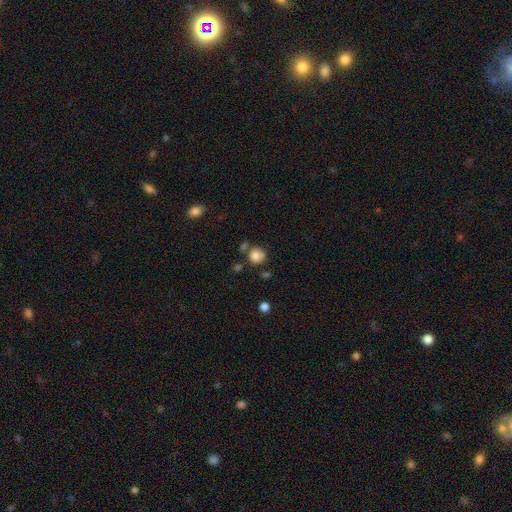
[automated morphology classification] smooth 80%, star or artifact 11%, featured or disk 9%. Down the decision tree: how rounded — round (86%); merging — none (66%).